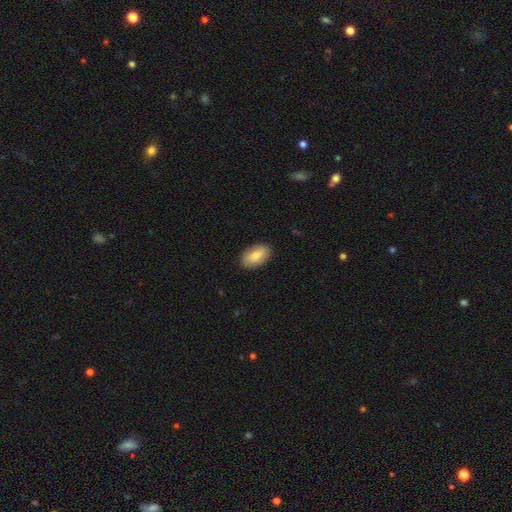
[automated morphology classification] A smooth galaxy with no disk features (82%) that is in between round and cigar-shaped (93%).

Vote fractions:
- Smooth or featured? smooth: 82% / featured or disk: 12% / star or artifact: 6%
- How rounded? in between: 93% / round: 4% / cigar-shaped: 2%
- Merging? none: 88% / minor disturbance: 9% / major disturbance: 2% / merger: 1%